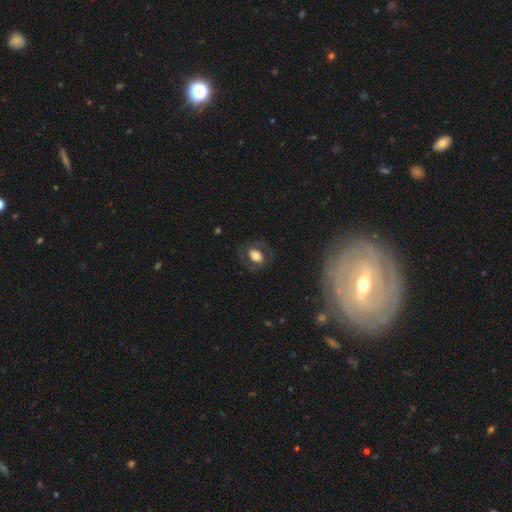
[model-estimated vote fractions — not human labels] Smooth or featured?
  - smooth: 49% *
  - featured or disk: 44%
  - star or artifact: 8%
Merging?
  - none: 71% *
  - minor disturbance: 14%
  - major disturbance: 13%
  - merger: 1%